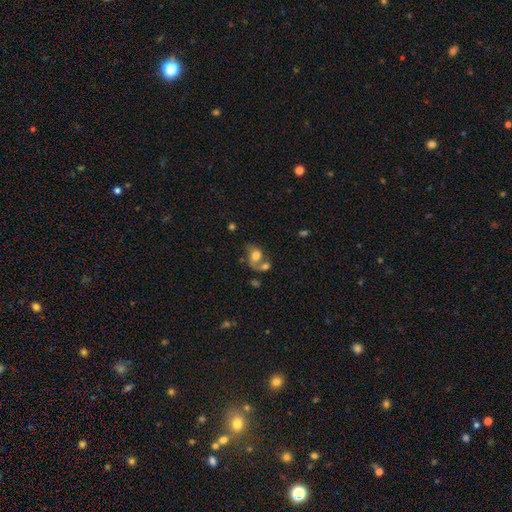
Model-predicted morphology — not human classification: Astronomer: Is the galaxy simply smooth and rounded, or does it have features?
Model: smooth — 56% (runner-up: featured or disk, 33%).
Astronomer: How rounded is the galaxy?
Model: in between — 58% (runner-up: round, 40%).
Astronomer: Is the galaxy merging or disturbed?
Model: merger — 42% (runner-up: none, 27%).